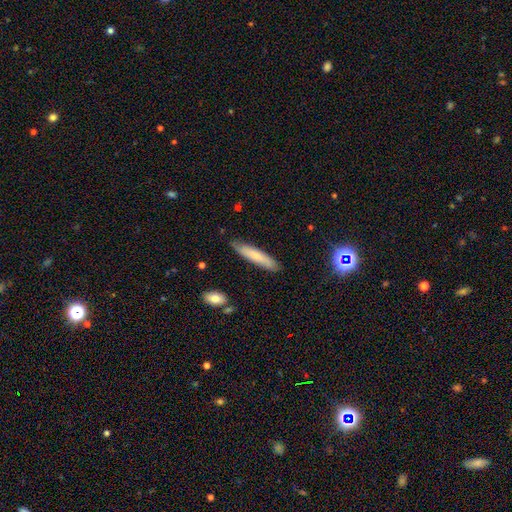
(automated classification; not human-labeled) Morphology: type=smooth (73%); roundness=cigar-shaped (88%); merging=none (84%).